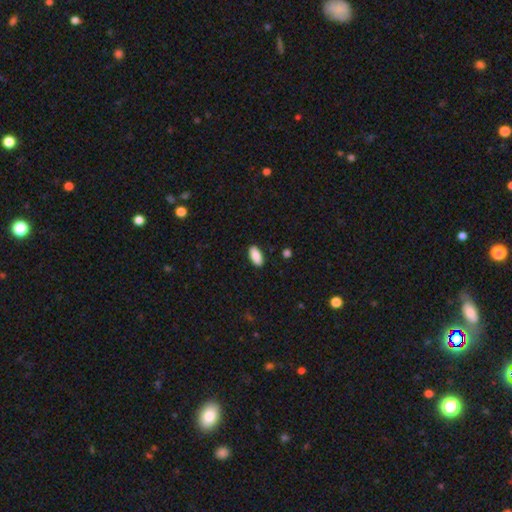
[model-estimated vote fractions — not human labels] A smooth galaxy with no disk features (89%) that is in between round and cigar-shaped (91%). Merging: none (89%).